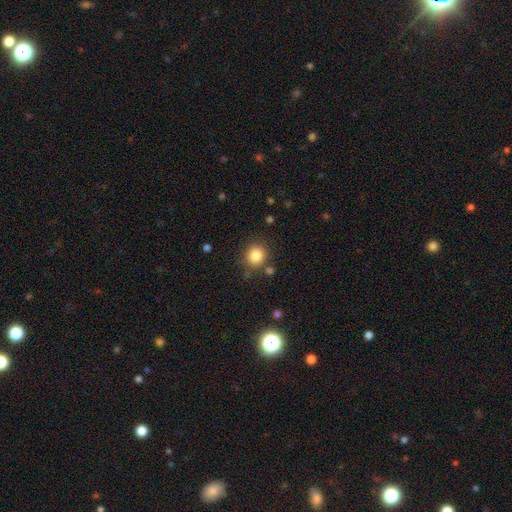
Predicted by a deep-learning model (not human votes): Overall: smooth (83%). How rounded: round (87%). Merging: none (82%).